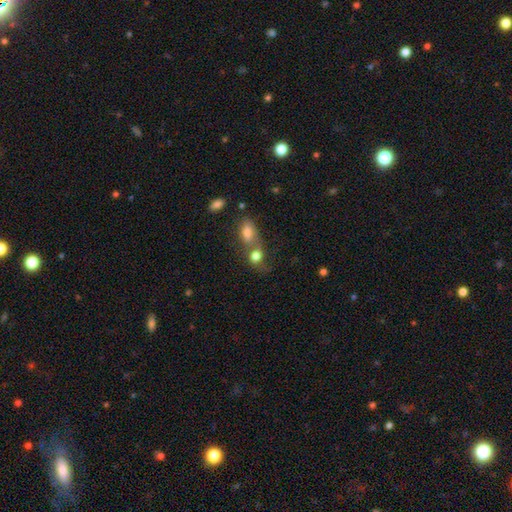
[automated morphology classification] Smooth or featured?
  - smooth: 76% *
  - featured or disk: 13%
  - star or artifact: 11%
How rounded?
  - round: 50% *
  - in between: 48%
  - cigar-shaped: 2%
Merging?
  - merger: 57% *
  - none: 26%
  - minor disturbance: 10%
  - major disturbance: 7%